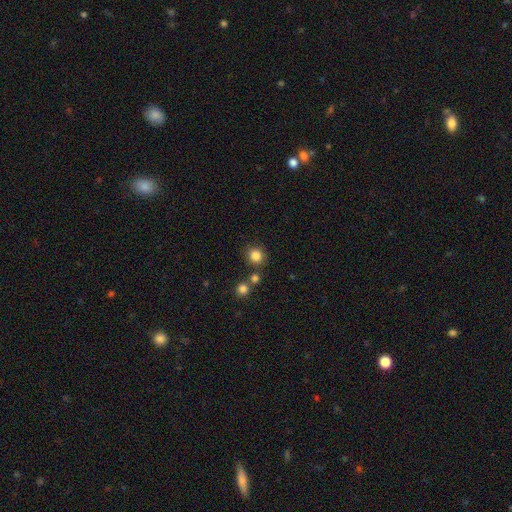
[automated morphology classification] A smooth galaxy with no disk features (84%) that is round (87%). Merging: none (79%).